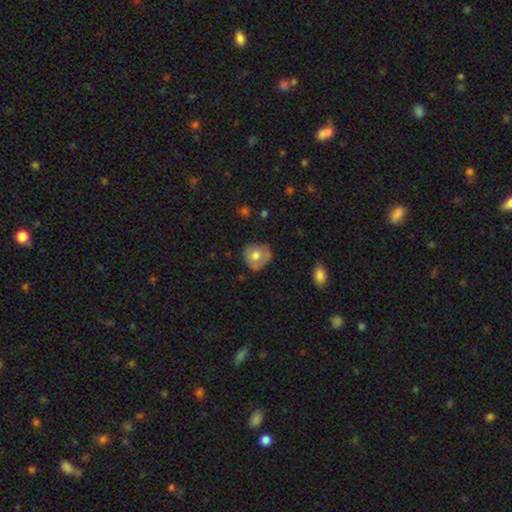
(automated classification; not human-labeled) Smooth or featured? smooth (65%)
How rounded? round (83%)
Merging? none (65%)